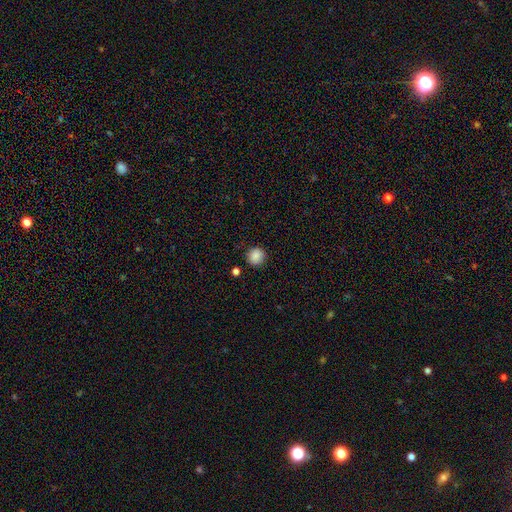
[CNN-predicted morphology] The model was most divided on "smooth or featured": smooth: 87%, star or artifact: 10%, featured or disk: 3%. More confident: how rounded — round (91%); merging — none (87%).